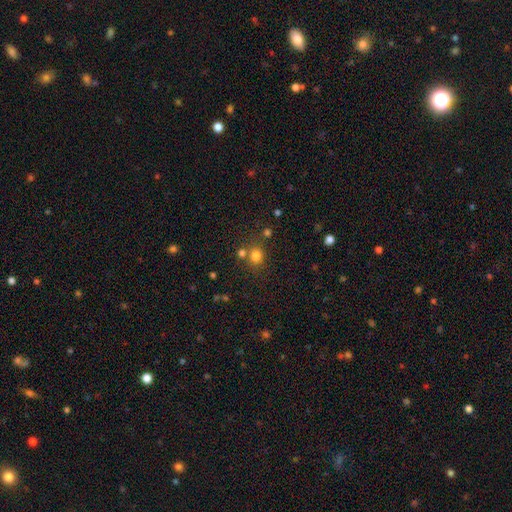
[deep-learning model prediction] smooth 77%, star or artifact 16%, featured or disk 7%. Down the decision tree: how rounded — round (80%); merging — none (68%).